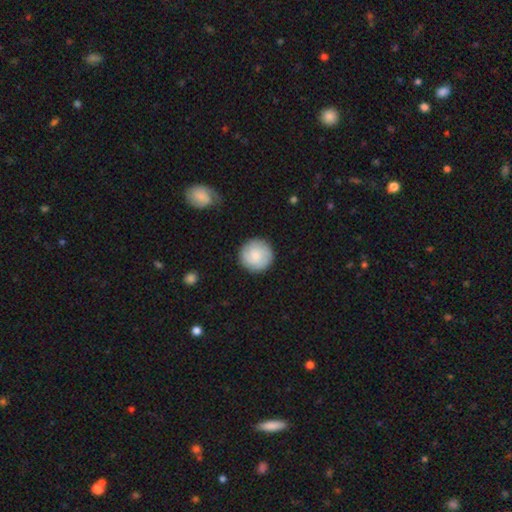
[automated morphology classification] Smooth or featured? Predicted: smooth (p=0.76). How rounded? Predicted: round (p=0.95). Merging? Predicted: none (p=0.88).